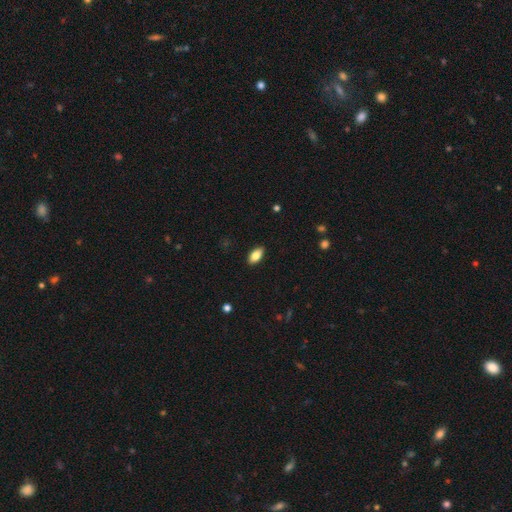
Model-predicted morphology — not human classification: Overall: smooth (83%). How rounded: in between (91%). Merging: none (89%).